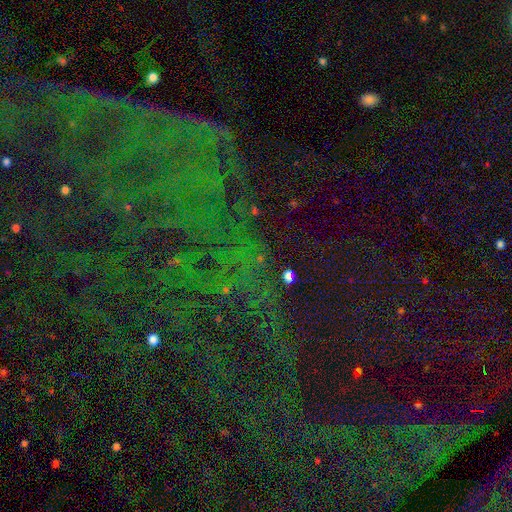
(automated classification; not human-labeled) smooth-or-featured: star or artifact: 81% | featured or disk: 10% | smooth: 9%